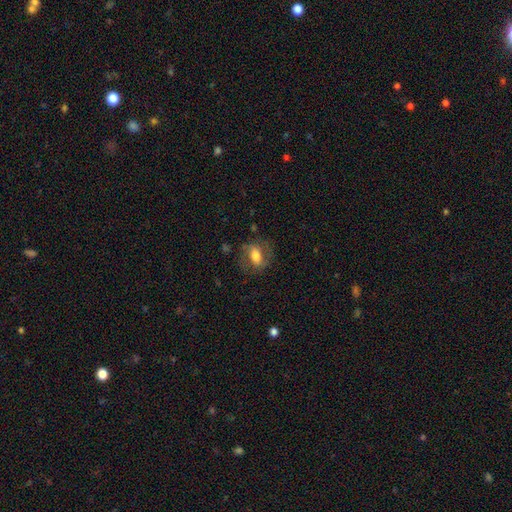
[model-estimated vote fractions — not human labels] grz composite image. It shows a smooth galaxy with no disk features (56%) that is in between round and cigar-shaped (76%). Merging: none (67%).